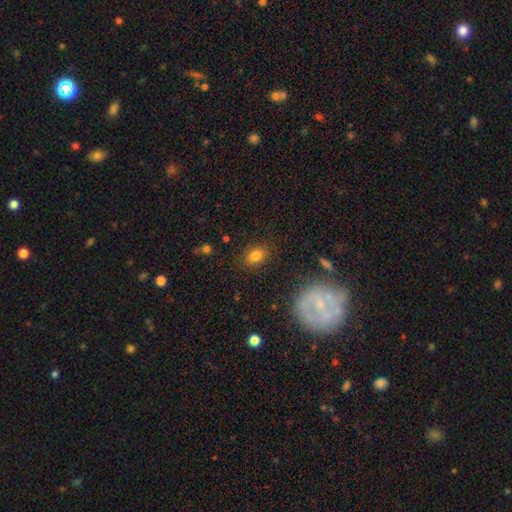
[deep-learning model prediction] Morphology: type=smooth (81%); roundness=in between (76%); merging=none (85%).